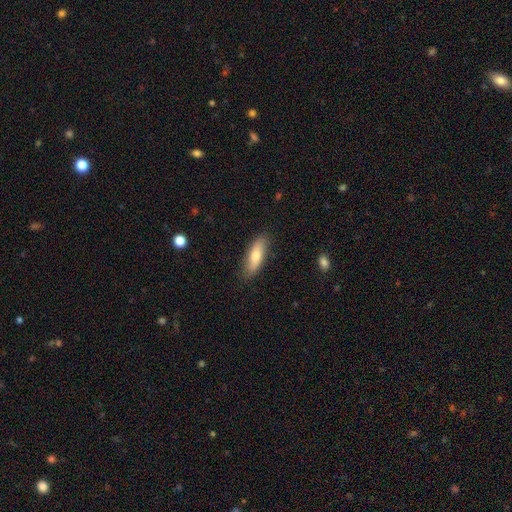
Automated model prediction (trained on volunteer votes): A smooth galaxy with no disk features (68%) that is in between round and cigar-shaped (51%). Merging: none (85%).